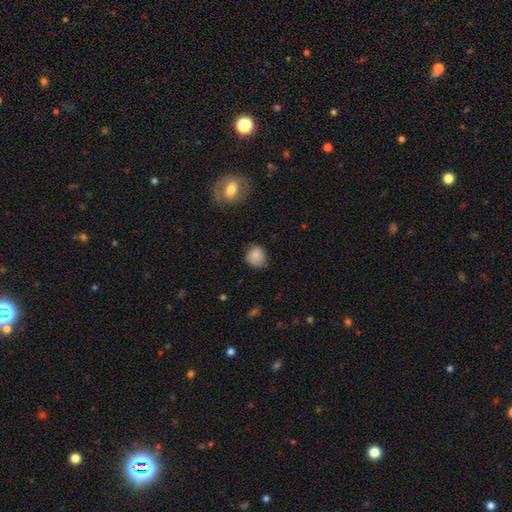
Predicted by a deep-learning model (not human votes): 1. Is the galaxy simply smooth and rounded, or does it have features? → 85% smooth, 9% star or artifact, 6% featured or disk.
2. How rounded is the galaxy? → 75% round, 24% in between, 1% cigar-shaped.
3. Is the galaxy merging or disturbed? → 73% none, 21% minor disturbance, 4% major disturbance, 2% merger.